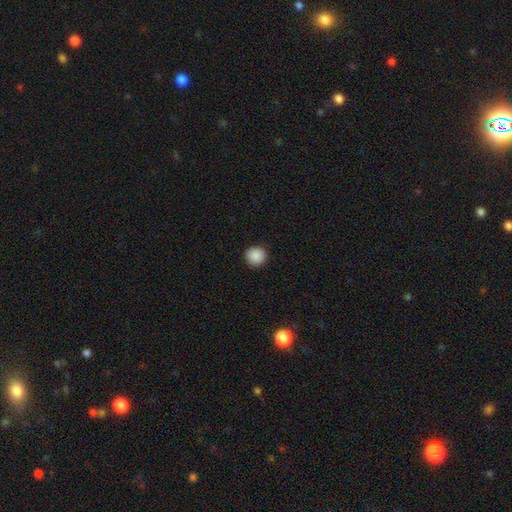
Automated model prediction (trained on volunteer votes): Smooth or featured: smooth — 89% (star or artifact — 9%)
How rounded: round — 93% (in between — 6%)
Merging: none — 91% (minor disturbance — 6%)